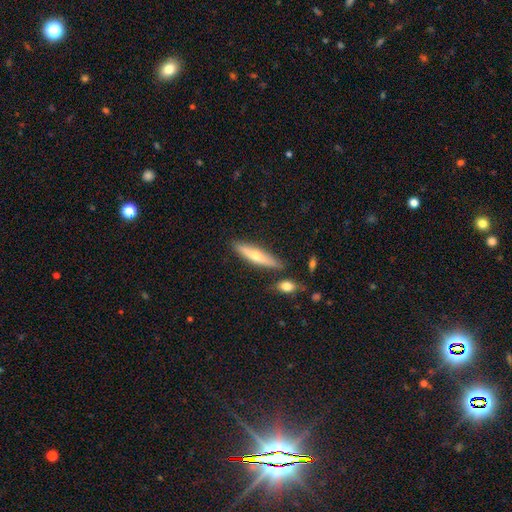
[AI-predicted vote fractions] A featured or disk galaxy (49%). Merging: none (82%).